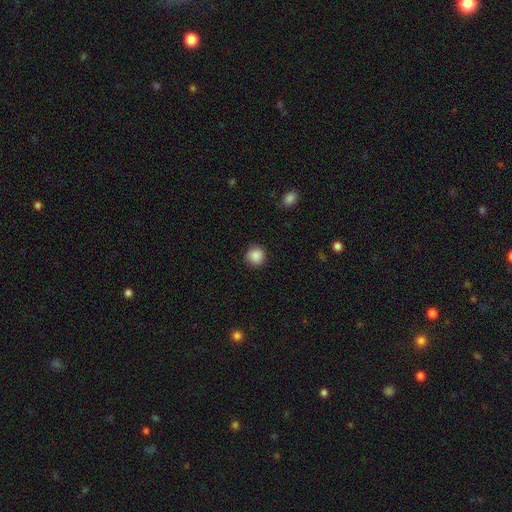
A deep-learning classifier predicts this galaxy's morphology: The model was most divided on "merging": none: 87%, minor disturbance: 9%, major disturbance: 2%, merger: 1%. More confident: how rounded — round (92%); smooth or featured — smooth (87%).